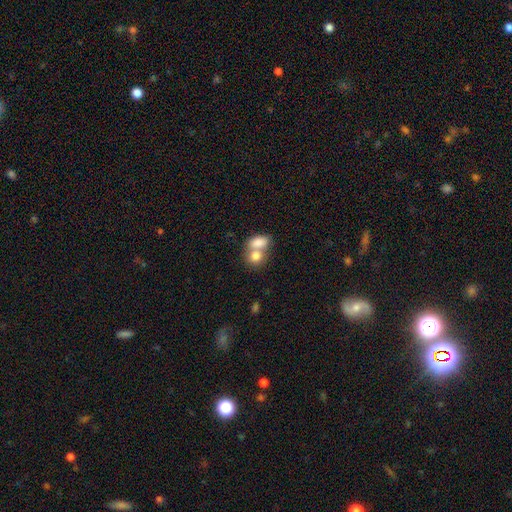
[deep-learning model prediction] This appears to be a smooth galaxy with no disk features (80%) that is in between round and cigar-shaped (62%). Merging: merger (65%).